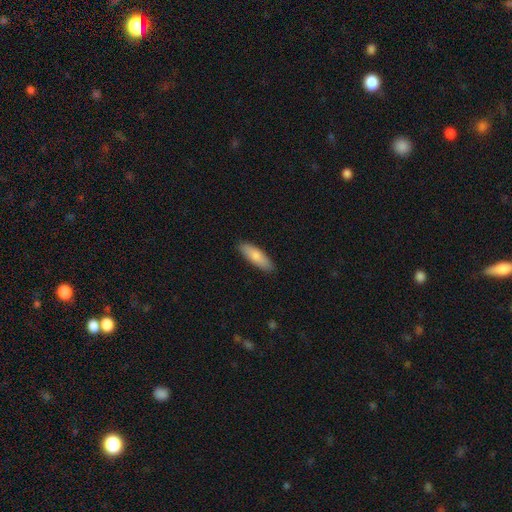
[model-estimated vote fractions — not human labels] smooth_or_featured: smooth (p=0.80) [alt: featured or disk p=0.14]
how_rounded: in between (p=0.55) [alt: cigar-shaped p=0.44]
merging: none (p=0.88) [alt: minor disturbance p=0.09]